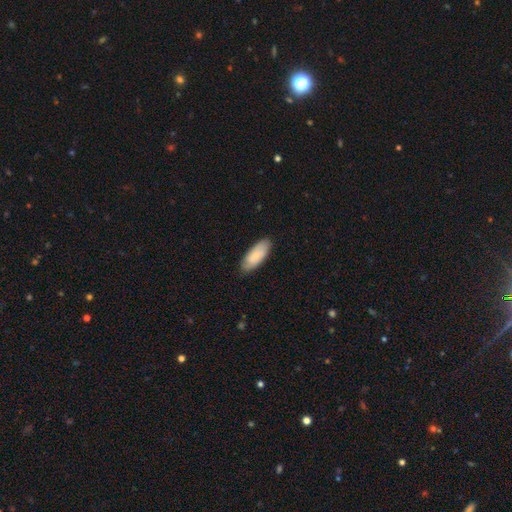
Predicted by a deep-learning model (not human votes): The model was most divided on "how rounded": in between: 80%, cigar-shaped: 18%, round: 2%. More confident: merging — none (85%); smooth or featured — smooth (85%).